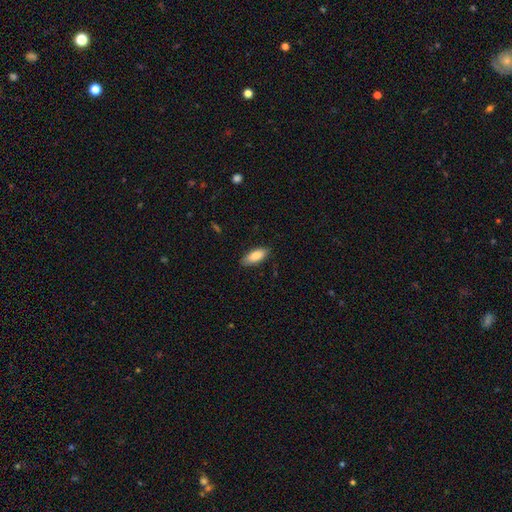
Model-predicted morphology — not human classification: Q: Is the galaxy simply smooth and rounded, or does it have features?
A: smooth — 87%.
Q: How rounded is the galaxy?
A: in between — 81%.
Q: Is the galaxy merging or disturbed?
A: none — 85%.